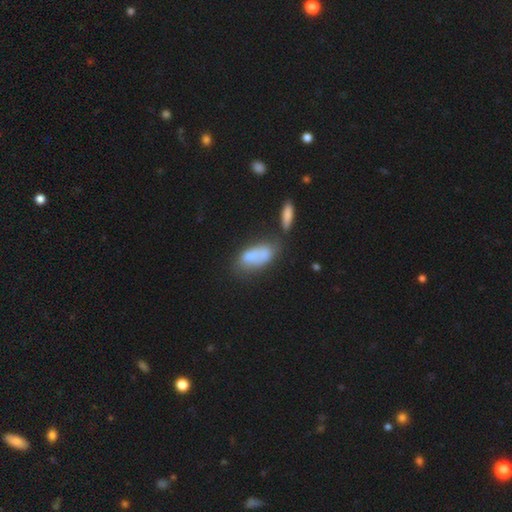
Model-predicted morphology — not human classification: A smooth galaxy with no disk features (68%) that is in between round and cigar-shaped (82%). Merging: merger (38%).